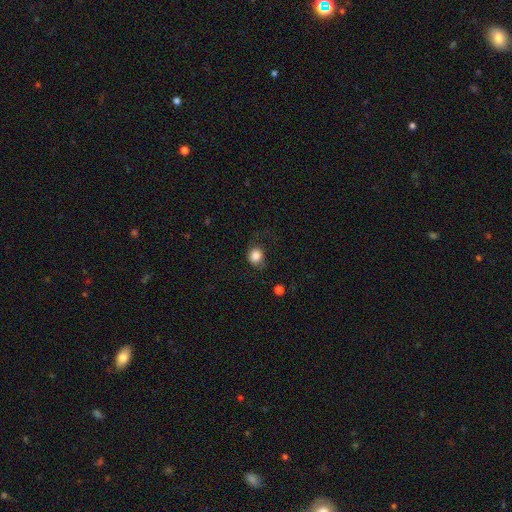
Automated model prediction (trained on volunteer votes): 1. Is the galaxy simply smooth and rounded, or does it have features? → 84% smooth, 10% star or artifact, 6% featured or disk.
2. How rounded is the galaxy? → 77% round, 22% in between, 1% cigar-shaped.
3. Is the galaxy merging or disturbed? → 69% none, 20% minor disturbance, 10% major disturbance, 2% merger.